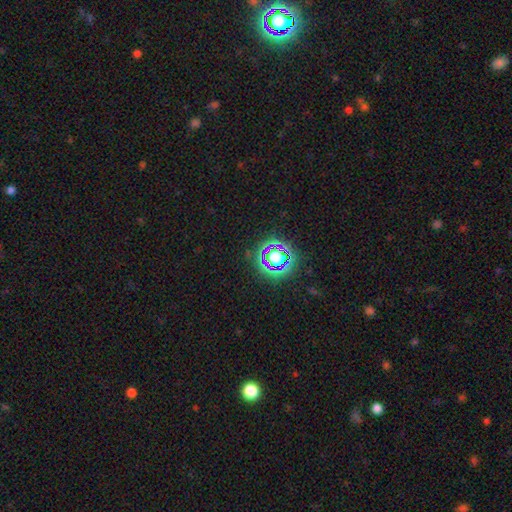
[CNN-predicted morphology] Smooth or featured? Predicted: star or artifact (p=0.78).